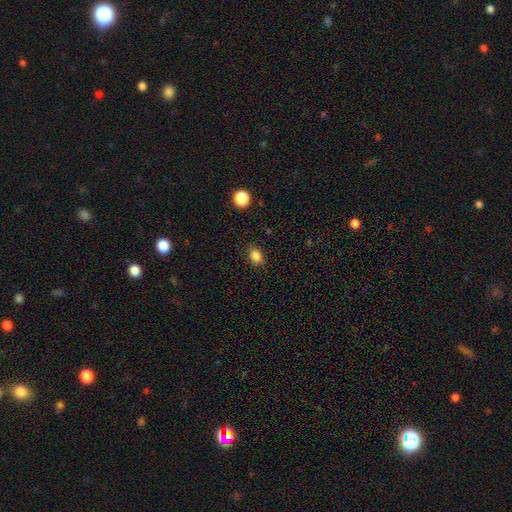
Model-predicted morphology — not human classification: Q: Smooth or featured?
A: smooth (84%); runner-up: star or artifact (11%)
Q: How rounded?
A: in between (68%); runner-up: round (31%)
Q: Merging?
A: none (86%); runner-up: minor disturbance (10%)